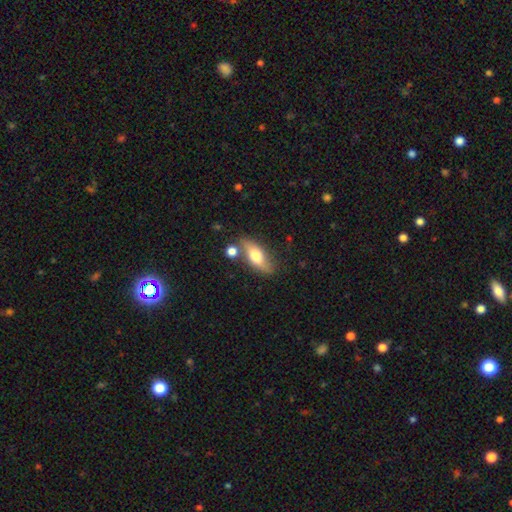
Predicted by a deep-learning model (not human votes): Smooth or featured?
  - smooth: 60% *
  - featured or disk: 33%
  - star or artifact: 7%
How rounded?
  - in between: 70% *
  - cigar-shaped: 25%
  - round: 5%
Merging?
  - none: 71% *
  - minor disturbance: 15%
  - merger: 10%
  - major disturbance: 4%